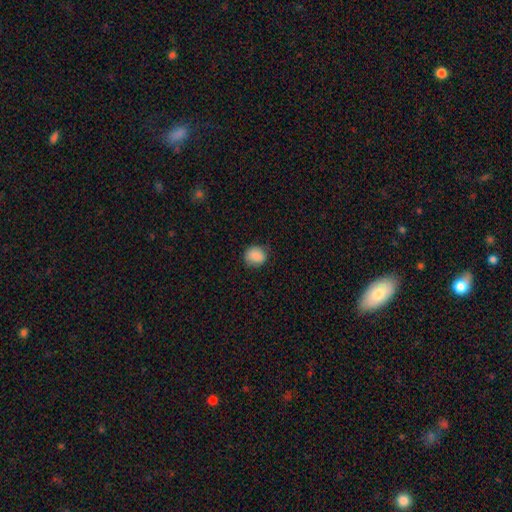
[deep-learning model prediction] smooth_or_featured: smooth (p=0.87) [alt: star or artifact p=0.08]
how_rounded: round (p=0.77) [alt: in between p=0.23]
merging: none (p=0.81) [alt: minor disturbance p=0.15]